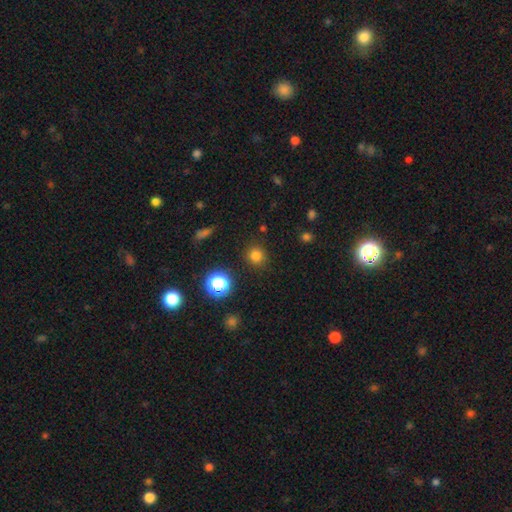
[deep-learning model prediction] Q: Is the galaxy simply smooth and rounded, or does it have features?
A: smooth — 78%.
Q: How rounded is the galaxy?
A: round — 92%.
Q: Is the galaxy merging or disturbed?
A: none — 88%.